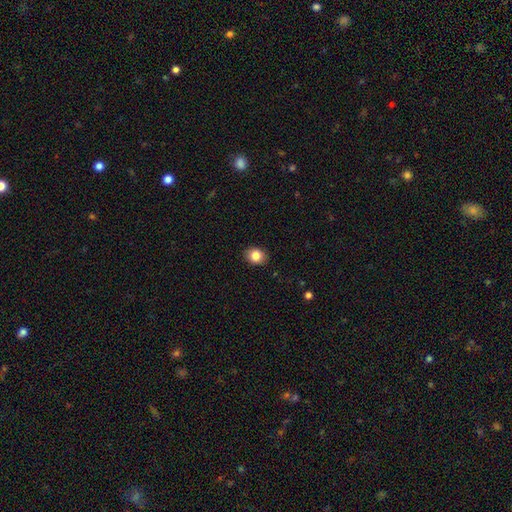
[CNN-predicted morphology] The model was most divided on "how rounded": round: 56%, in between: 43%, cigar-shaped: 1%. More confident: merging — none (88%); smooth or featured — smooth (85%).